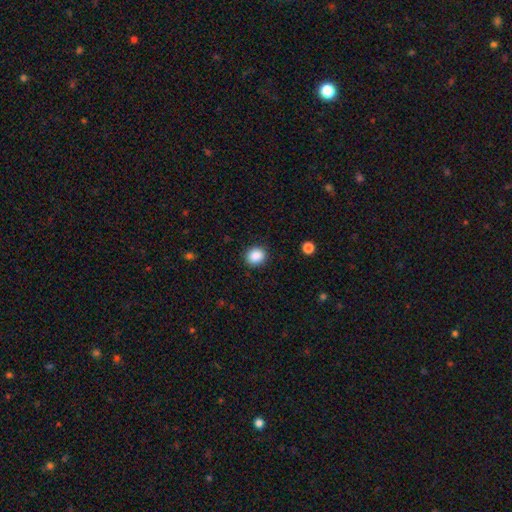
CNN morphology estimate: smooth_or_featured: smooth (p=0.88) [alt: star or artifact p=0.09]
how_rounded: round (p=0.71) [alt: in between p=0.28]
merging: none (p=0.89) [alt: minor disturbance p=0.08]